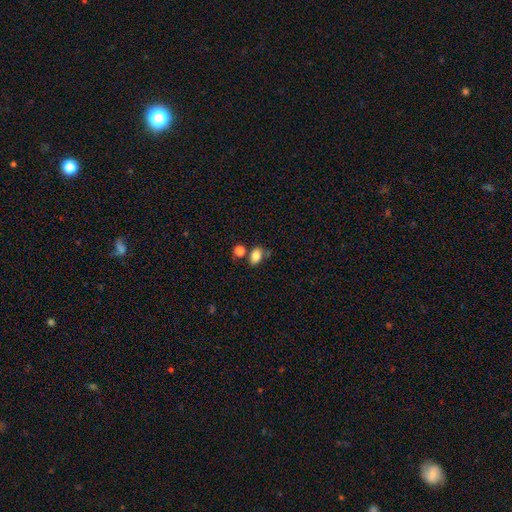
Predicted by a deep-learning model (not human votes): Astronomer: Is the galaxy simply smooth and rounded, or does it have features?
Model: smooth — 83%.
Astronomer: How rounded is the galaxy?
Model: in between — 79%.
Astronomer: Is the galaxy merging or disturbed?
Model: none — 65%.